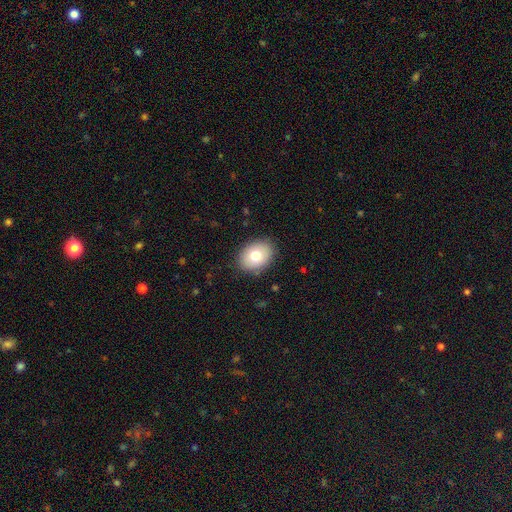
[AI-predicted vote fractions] smooth-or-featured: smooth: 77% | featured or disk: 15% | star or artifact: 8%
  how-rounded: in between: 71% | round: 28% | cigar-shaped: 1%
  merging: none: 87% | minor disturbance: 10% | major disturbance: 3% | merger: 1%